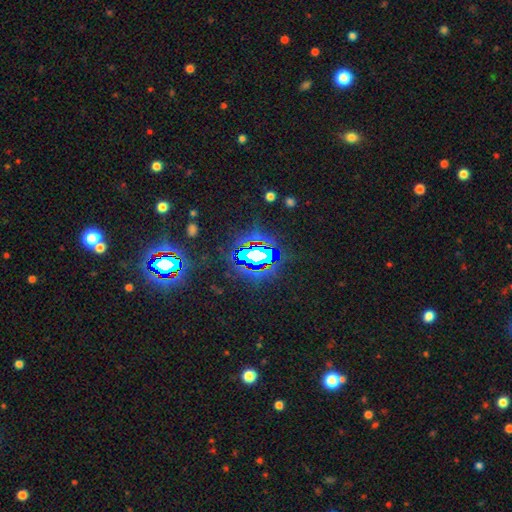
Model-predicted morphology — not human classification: smooth_or_featured: star or artifact (p=0.73) [alt: smooth p=0.15]